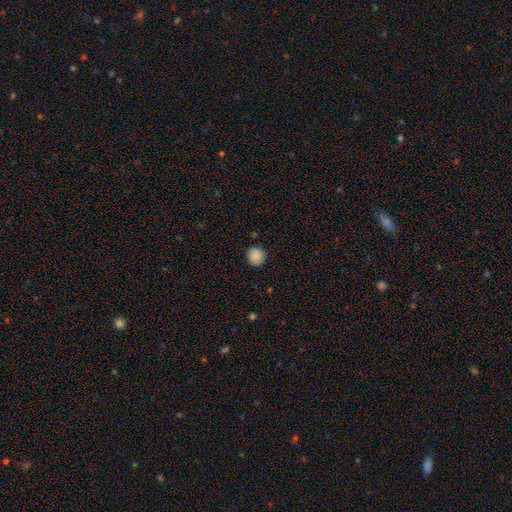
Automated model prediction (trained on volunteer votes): smooth-or-featured: smooth: 87% | star or artifact: 9% | featured or disk: 4%
  how-rounded: round: 90% | in between: 9% | cigar-shaped: 1%
  merging: none: 86% | minor disturbance: 10% | major disturbance: 2% | merger: 1%